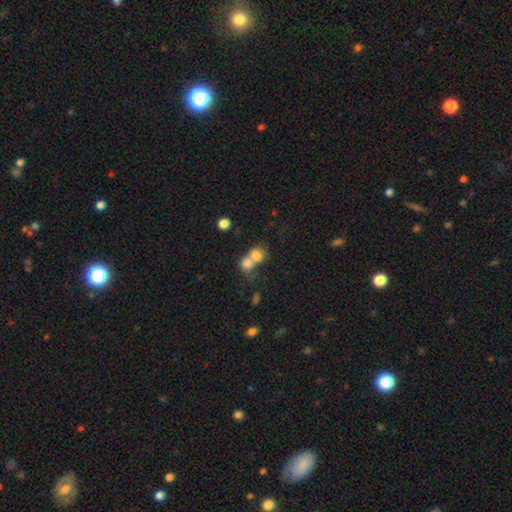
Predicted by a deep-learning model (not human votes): Q: Smooth or featured?
A: smooth (76%); runner-up: featured or disk (13%)
Q: How rounded?
A: round (73%); runner-up: in between (26%)
Q: Merging?
A: merger (66%); runner-up: none (25%)